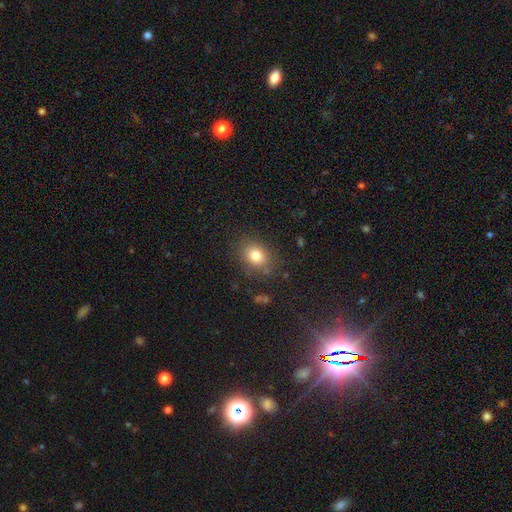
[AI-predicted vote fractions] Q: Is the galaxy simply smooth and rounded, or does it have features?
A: smooth — 79%.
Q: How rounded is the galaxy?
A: in between — 55%.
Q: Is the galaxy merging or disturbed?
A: none — 82%.